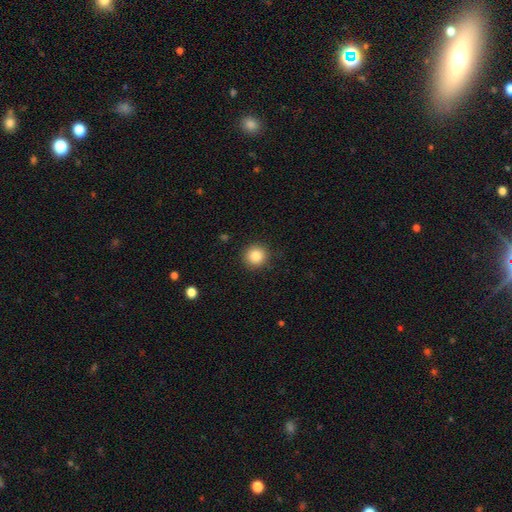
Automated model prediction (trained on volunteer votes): Smooth or featured? Predicted: smooth (p=0.85). How rounded? Predicted: round (p=0.93). Merging? Predicted: none (p=0.90).